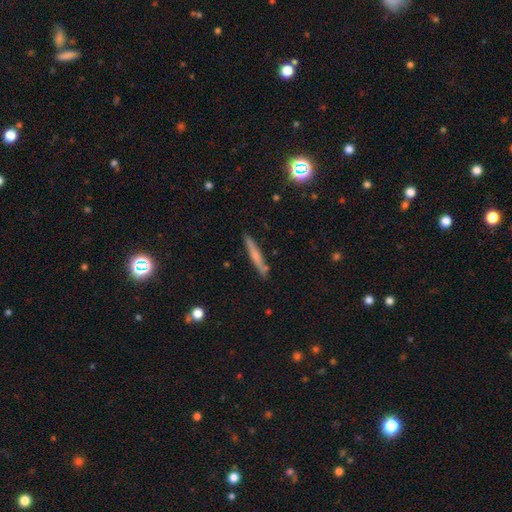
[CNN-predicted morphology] Smooth or featured? Predicted: smooth (p=0.50). How rounded? Predicted: cigar-shaped (p=0.94). Merging? Predicted: none (p=0.86).